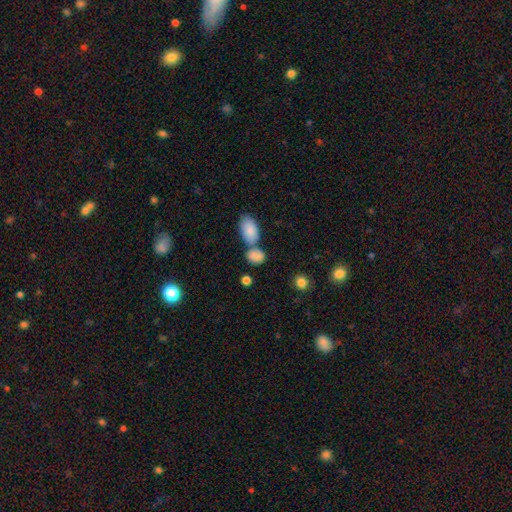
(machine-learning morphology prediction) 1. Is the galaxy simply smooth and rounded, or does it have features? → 83% smooth, 9% star or artifact, 8% featured or disk.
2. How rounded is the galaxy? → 66% in between, 32% round, 2% cigar-shaped.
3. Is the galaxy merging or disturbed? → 44% none, 40% merger, 12% minor disturbance, 4% major disturbance.